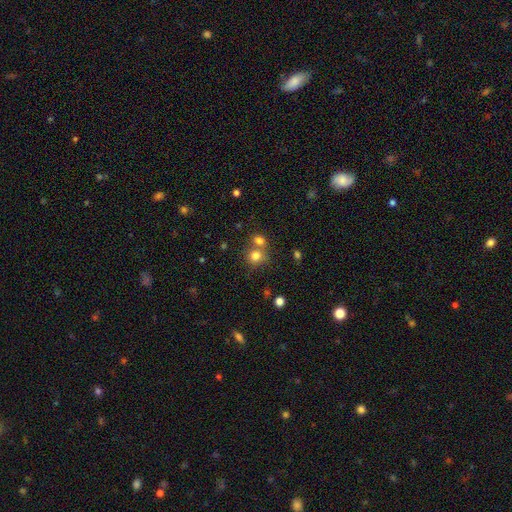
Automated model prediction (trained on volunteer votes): This is likely a smooth galaxy (78%). How rounded: clearly round (81%). Merging: possibly none (49%).